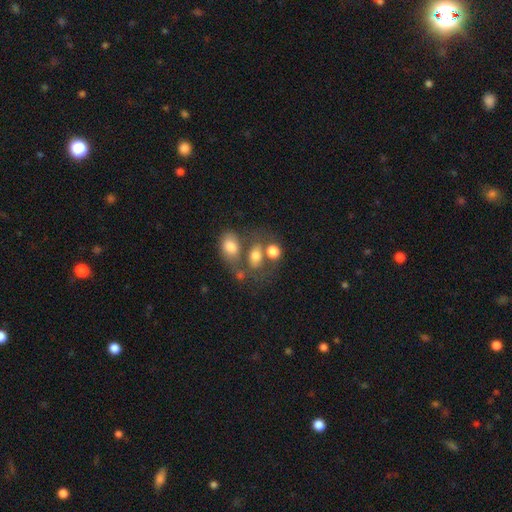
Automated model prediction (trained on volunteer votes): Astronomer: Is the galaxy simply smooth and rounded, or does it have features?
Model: smooth — 70%.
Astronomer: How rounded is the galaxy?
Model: in between — 67%.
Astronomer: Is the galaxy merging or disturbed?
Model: none — 39% (runner-up: merger, 38%).